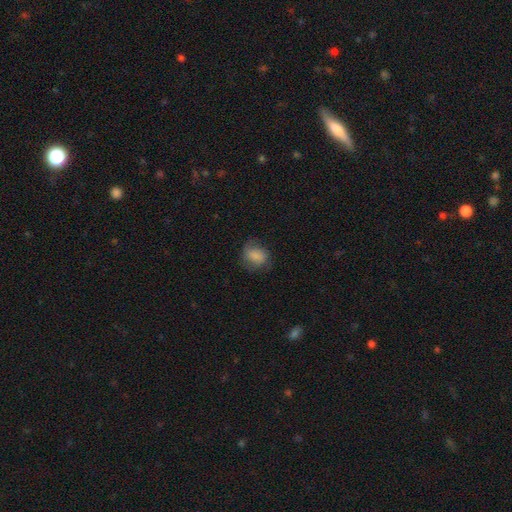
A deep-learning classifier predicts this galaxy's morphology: A smooth galaxy with no disk features (73%) that is round (58%).

Vote fractions:
- Smooth or featured? smooth: 73% / featured or disk: 18% / star or artifact: 9%
- How rounded? round: 58% / in between: 41% / cigar-shaped: 1%
- Merging? none: 65% / minor disturbance: 23% / major disturbance: 11% / merger: 1%